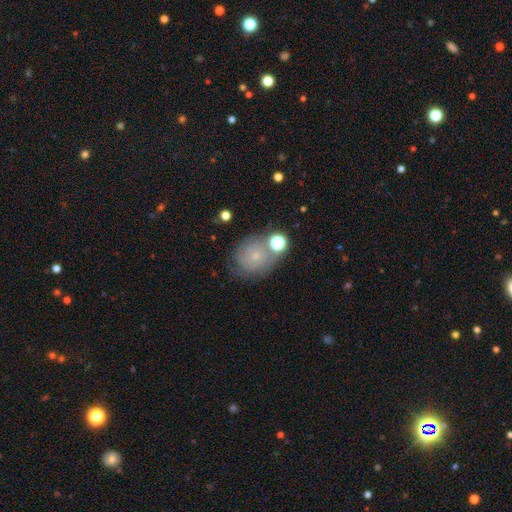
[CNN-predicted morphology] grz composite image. It shows a smooth galaxy with no disk features (46%). Merging: none (60%).